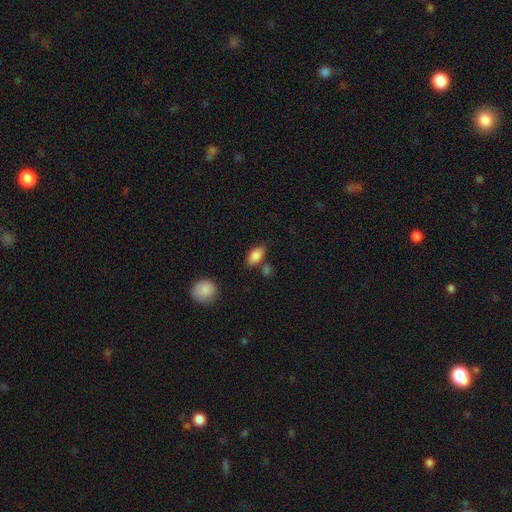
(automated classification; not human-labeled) This appears to be a smooth galaxy with no disk features (86%) that is in between round and cigar-shaped (90%). Merging: none (73%).